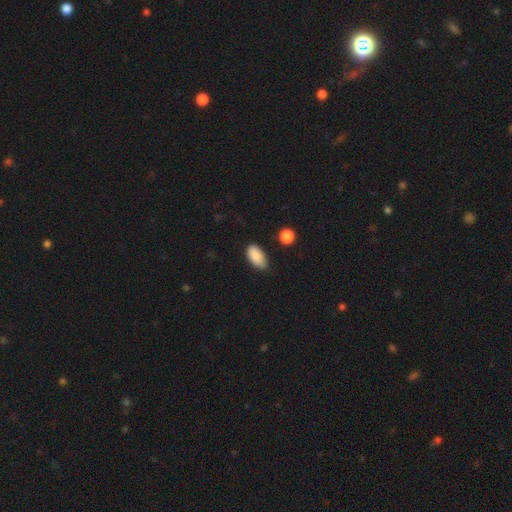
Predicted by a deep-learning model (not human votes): This is clearly a smooth galaxy (87%). How rounded: clearly in between (94%). Merging: likely none (73%).